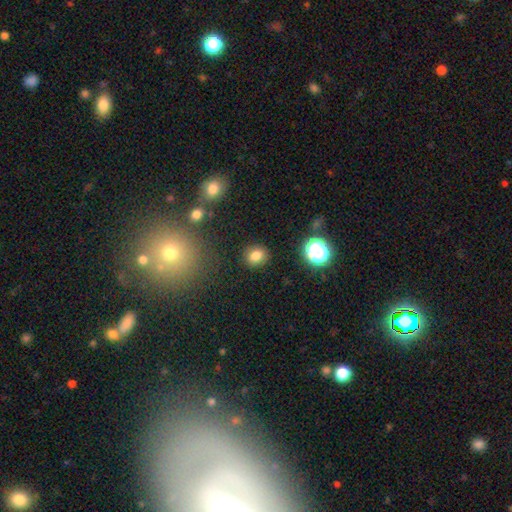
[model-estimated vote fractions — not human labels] Smooth or featured?
  - smooth: 80% *
  - star or artifact: 13%
  - featured or disk: 7%
How rounded?
  - round: 62% *
  - in between: 37%
  - cigar-shaped: 1%
Merging?
  - none: 87% *
  - minor disturbance: 8%
  - major disturbance: 3%
  - merger: 2%